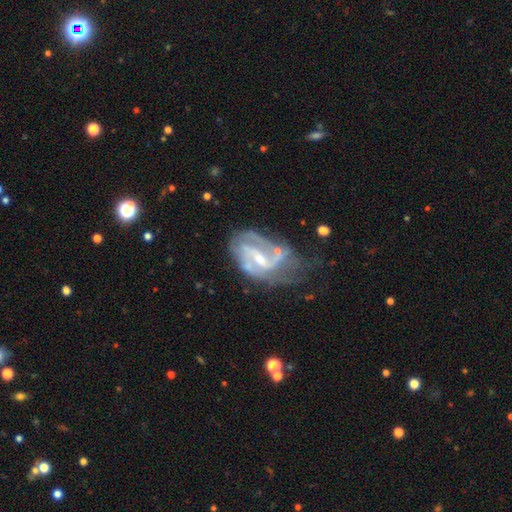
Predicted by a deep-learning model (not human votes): Morphology: type=featured or disk (85%); edge-on=no (97%); bar=weak (45%); spiral arms=yes (93%); winding=medium (46%); arm count=2 (60%); bulge=small (64%); merging=none (45%).